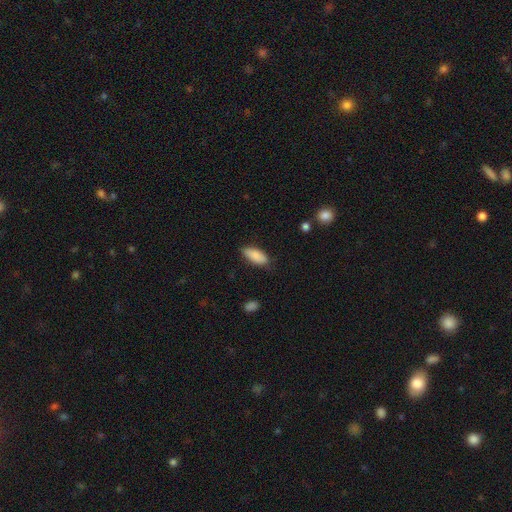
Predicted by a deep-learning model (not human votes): The model was most divided on "merging": none: 80%, minor disturbance: 16%, major disturbance: 3%, merger: 1%. More confident: smooth or featured — smooth (87%); how rounded — in between (84%).